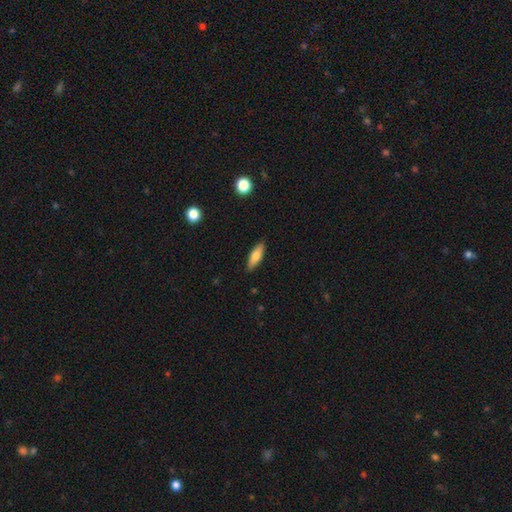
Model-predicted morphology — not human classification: smooth-or-featured: smooth: 71% | featured or disk: 23% | star or artifact: 6%
  how-rounded: in between: 51% | cigar-shaped: 47% | round: 2%
  merging: none: 88% | minor disturbance: 9% | major disturbance: 2% | merger: 1%